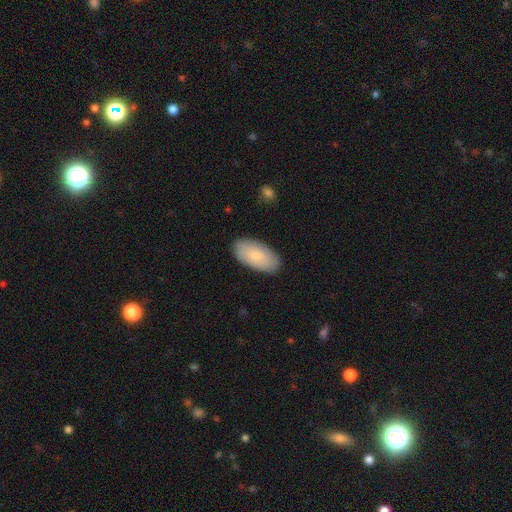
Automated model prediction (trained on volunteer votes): Q: Smooth or featured?
A: smooth (82%); runner-up: featured or disk (13%)
Q: How rounded?
A: in between (95%); runner-up: cigar-shaped (2%)
Q: Merging?
A: none (88%); runner-up: minor disturbance (9%)